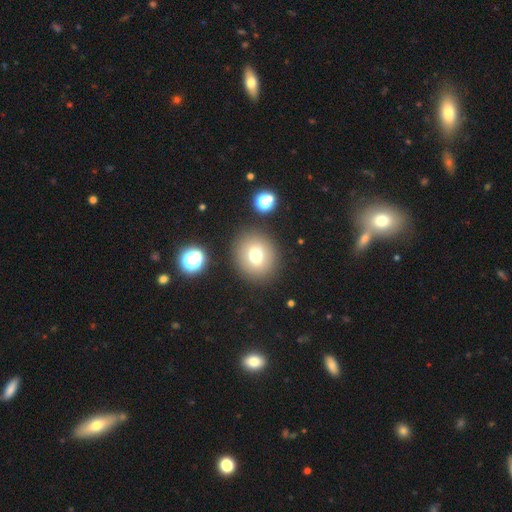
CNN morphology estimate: Smooth or featured?
  - smooth: 71% *
  - featured or disk: 15%
  - star or artifact: 15%
How rounded?
  - round: 76% *
  - in between: 23%
  - cigar-shaped: 1%
Merging?
  - none: 85% *
  - minor disturbance: 8%
  - major disturbance: 4%
  - merger: 4%